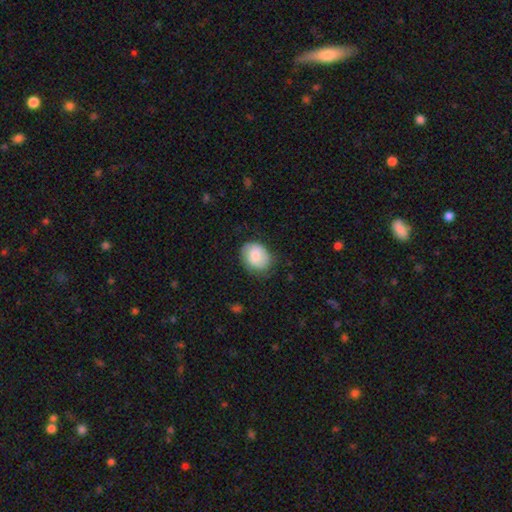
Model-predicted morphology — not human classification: The model was most divided on "how rounded": round: 50%, in between: 49%, cigar-shaped: 1%. More confident: smooth or featured — smooth (77%); merging — none (68%).